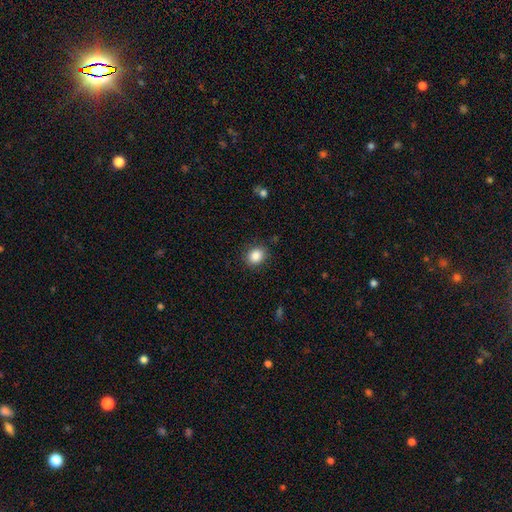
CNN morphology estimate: type=smooth (86%); roundness=round (59%); merging=none (87%).